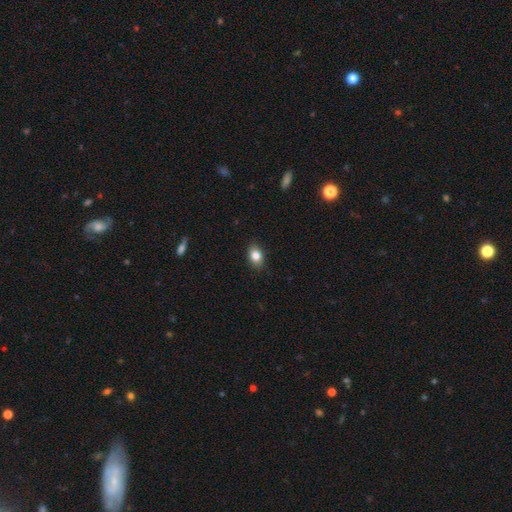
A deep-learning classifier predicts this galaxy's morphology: smooth 83%, star or artifact 9%, featured or disk 8%. Down the decision tree: how rounded — in between (76%); merging — none (88%).